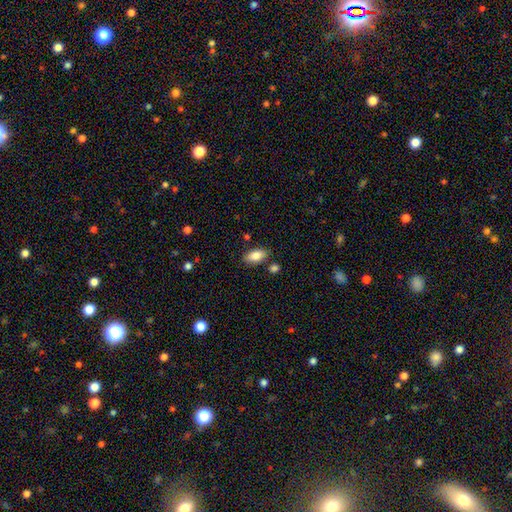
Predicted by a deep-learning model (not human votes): Overall: smooth (85%). How rounded: in between (92%). Merging: none (82%).